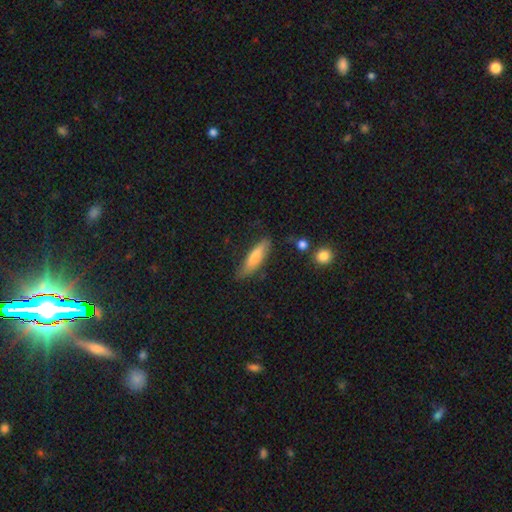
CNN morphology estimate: Smooth or featured: smooth — 74% (featured or disk — 20%)
How rounded: cigar-shaped — 69% (in between — 30%)
Merging: none — 73% (minor disturbance — 20%)